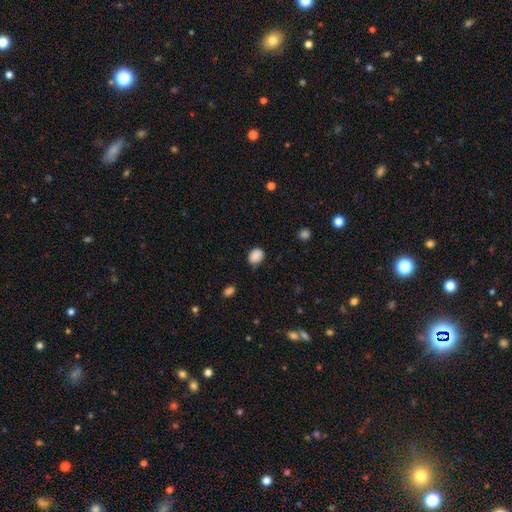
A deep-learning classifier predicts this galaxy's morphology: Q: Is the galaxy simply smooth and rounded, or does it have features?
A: smooth — 87%.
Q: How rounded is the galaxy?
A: in between — 55%.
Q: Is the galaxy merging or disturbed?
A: none — 70%.